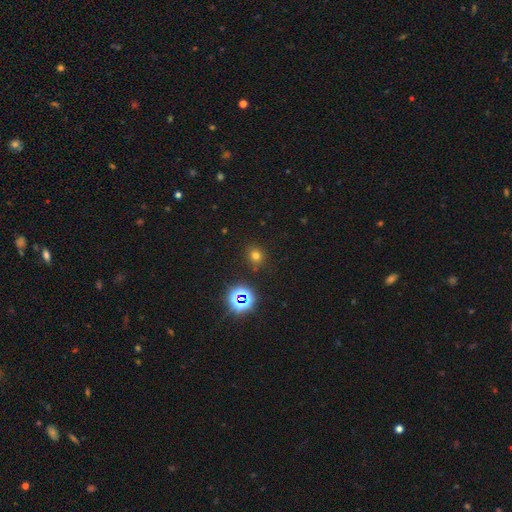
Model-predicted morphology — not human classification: smooth-or-featured: smooth: 68% | star or artifact: 25% | featured or disk: 7%
  how-rounded: round: 77% | in between: 22% | cigar-shaped: 1%
  merging: none: 86% | minor disturbance: 9% | major disturbance: 3% | merger: 2%